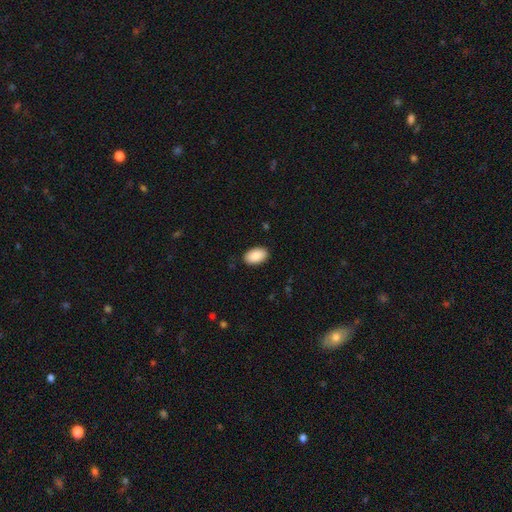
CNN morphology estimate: Overall: smooth (89%). How rounded: in between (94%). Merging: none (89%).